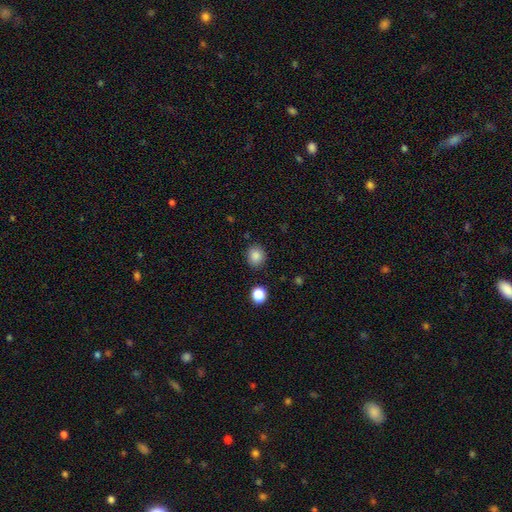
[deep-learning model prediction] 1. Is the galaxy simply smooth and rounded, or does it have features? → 85% smooth, 11% star or artifact, 4% featured or disk.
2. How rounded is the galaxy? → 74% round, 25% in between, 1% cigar-shaped.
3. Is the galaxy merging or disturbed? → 85% none, 9% minor disturbance, 3% major disturbance, 3% merger.